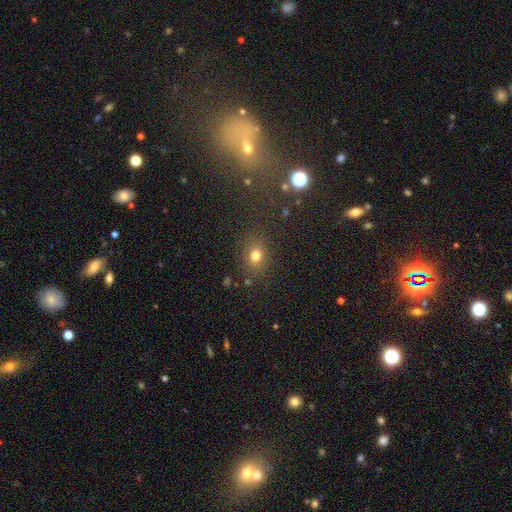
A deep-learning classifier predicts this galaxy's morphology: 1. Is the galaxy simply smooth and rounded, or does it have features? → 74% smooth, 18% star or artifact, 9% featured or disk.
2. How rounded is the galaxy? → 51% in between, 47% round, 2% cigar-shaped.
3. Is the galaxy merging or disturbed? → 79% none, 11% minor disturbance, 5% major disturbance, 4% merger.